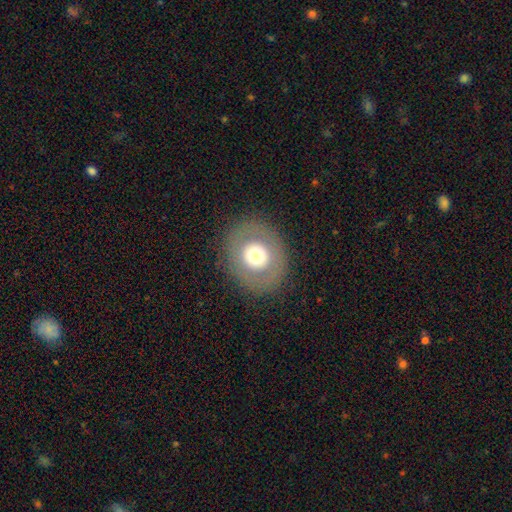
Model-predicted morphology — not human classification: A smooth galaxy with no disk features (58%) that is round (75%).

Vote fractions:
- Smooth or featured? smooth: 58% / featured or disk: 33% / star or artifact: 9%
- How rounded? round: 75% / in between: 24% / cigar-shaped: 1%
- Merging? none: 86% / minor disturbance: 8% / major disturbance: 6% / merger: 1%